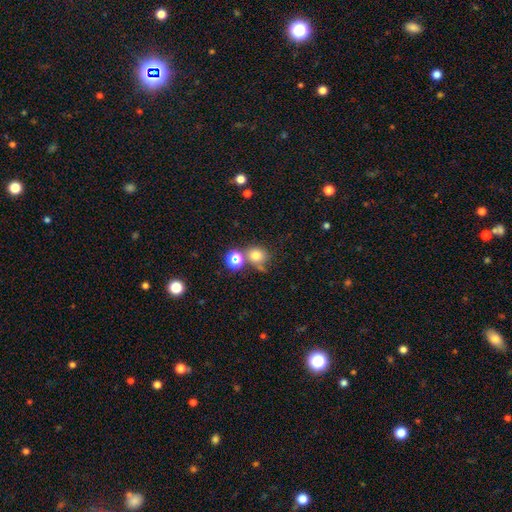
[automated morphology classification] Q: Smooth or featured?
A: smooth (73%); runner-up: star or artifact (18%)
Q: How rounded?
A: round (81%); runner-up: in between (18%)
Q: Merging?
A: none (59%); runner-up: merger (21%)